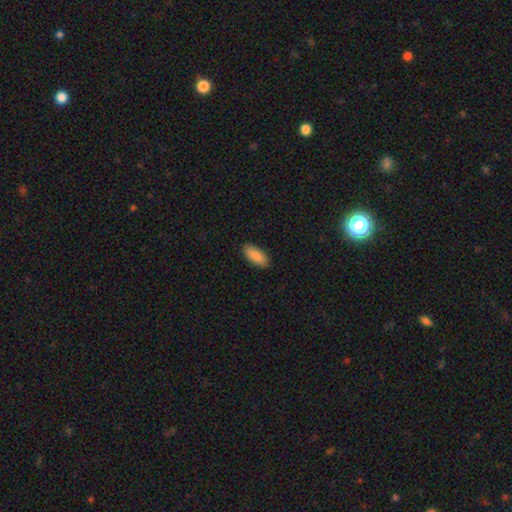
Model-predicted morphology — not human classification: smooth-or-featured: smooth: 89% | star or artifact: 6% | featured or disk: 6%
  how-rounded: in between: 88% | cigar-shaped: 10% | round: 2%
  merging: none: 88% | minor disturbance: 9% | major disturbance: 2% | merger: 1%